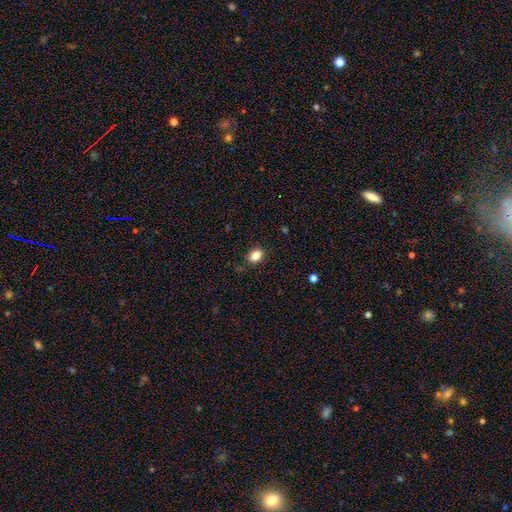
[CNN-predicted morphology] A smooth galaxy with no disk features (86%) that is in between round and cigar-shaped (71%). Merging: none (85%).